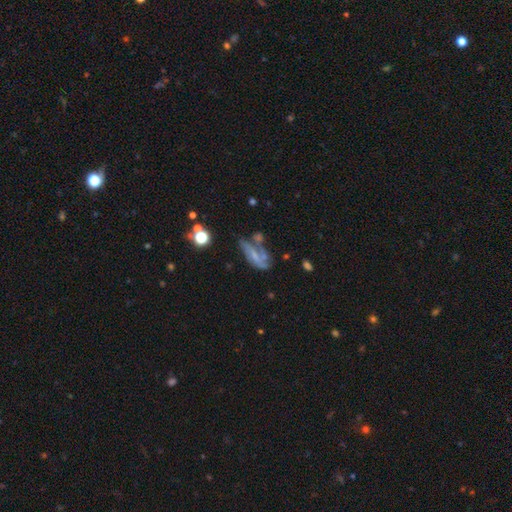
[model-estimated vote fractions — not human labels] This is possibly a featured or disk galaxy (56%). It is clearly not viewed edge-on (86%). Merging: marginally none (32%).